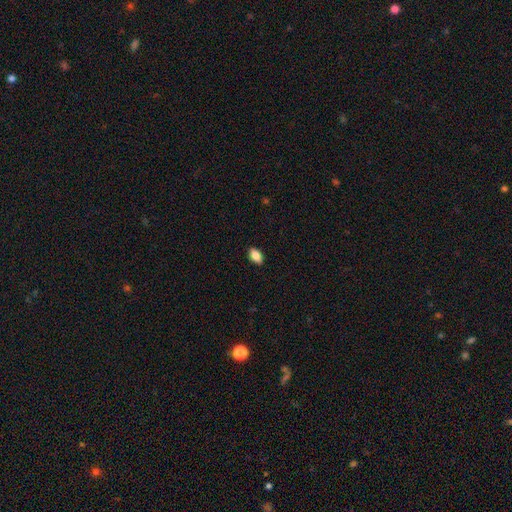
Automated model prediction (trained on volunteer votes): This appears to be a smooth galaxy with no disk features (87%) that is in between round and cigar-shaped (91%). Merging: none (89%).